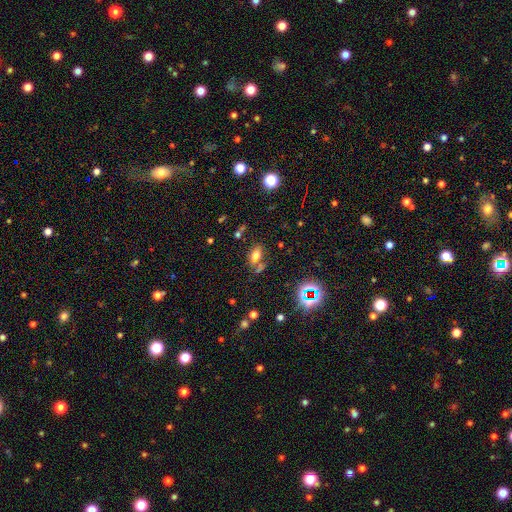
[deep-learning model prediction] Morphology: type=smooth (68%); roundness=in between (83%); merging=none (62%).